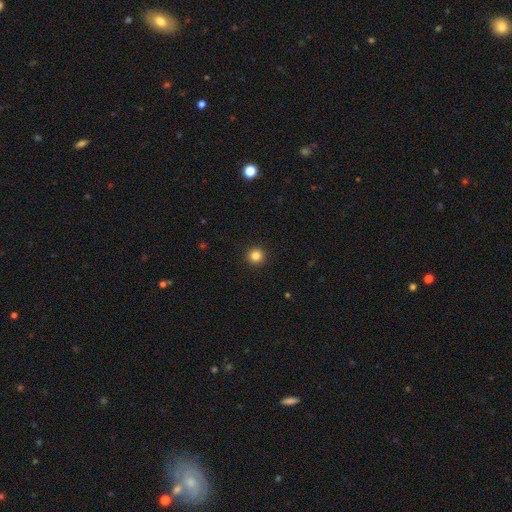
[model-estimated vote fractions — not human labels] smooth 84%, star or artifact 12%, featured or disk 4%. Down the decision tree: how rounded — round (96%); merging — none (94%).